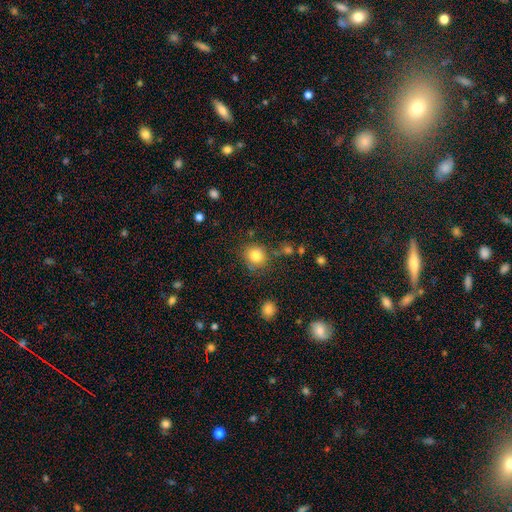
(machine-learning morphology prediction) A smooth galaxy with no disk features (82%) that is round (87%). Merging: none (79%).